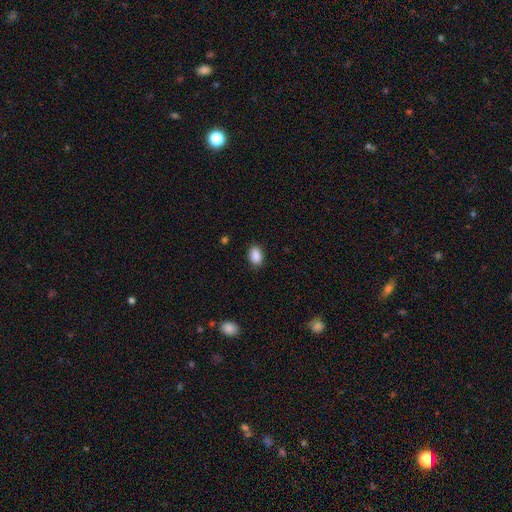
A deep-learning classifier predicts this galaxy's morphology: type=smooth (89%); roundness=in between (82%); merging=none (86%).